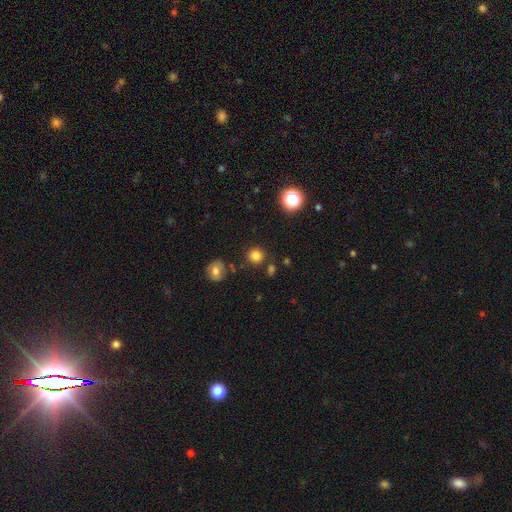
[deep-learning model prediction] Smooth or featured: smooth — 80% (star or artifact — 15%)
How rounded: round — 92% (in between — 7%)
Merging: none — 84% (minor disturbance — 8%)